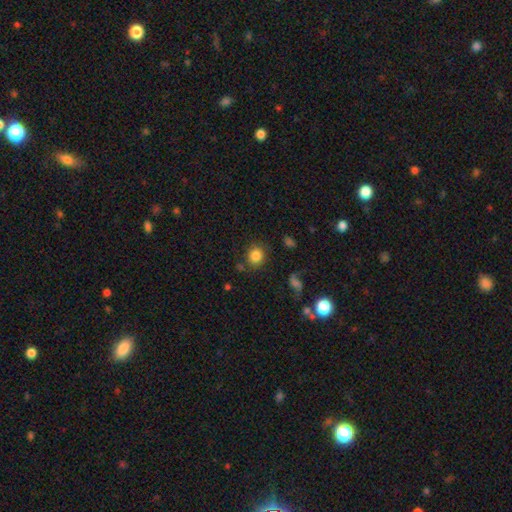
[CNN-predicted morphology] The model was most divided on "how rounded": round: 80%, in between: 19%, cigar-shaped: 1%. More confident: smooth or featured — smooth (83%); merging — none (81%).